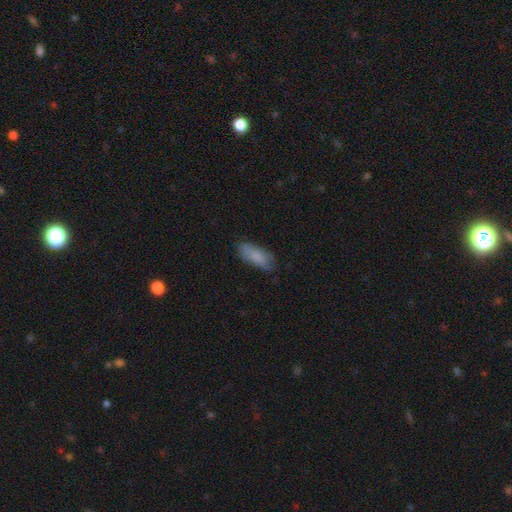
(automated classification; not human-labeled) A smooth galaxy with no disk features (80%) that is in between round and cigar-shaped (76%).

Vote fractions:
- Smooth or featured? smooth: 80% / featured or disk: 13% / star or artifact: 7%
- How rounded? in between: 76% / cigar-shaped: 23% / round: 2%
- Merging? none: 72% / minor disturbance: 21% / major disturbance: 5% / merger: 1%